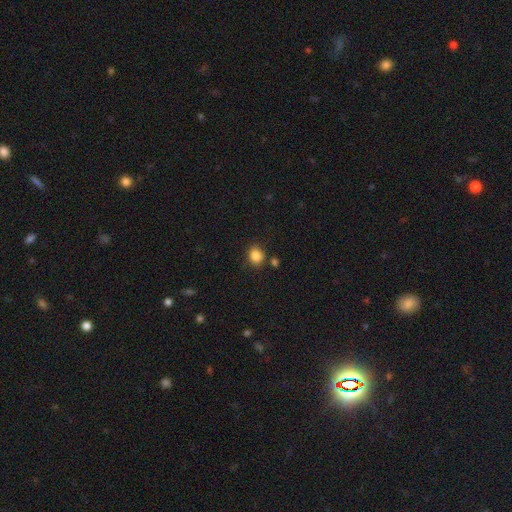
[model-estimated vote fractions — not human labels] A smooth galaxy with no disk features (85%) that is round (64%).

Vote fractions:
- Smooth or featured? smooth: 85% / star or artifact: 10% / featured or disk: 4%
- How rounded? round: 64% / in between: 35% / cigar-shaped: 1%
- Merging? none: 79% / minor disturbance: 12% / merger: 6% / major disturbance: 3%